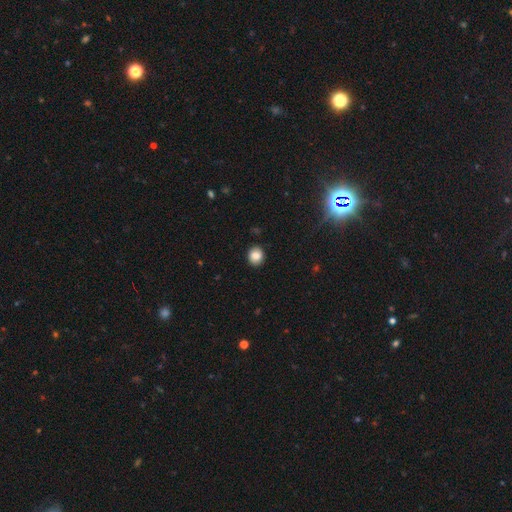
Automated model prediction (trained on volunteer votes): A smooth galaxy with no disk features (83%) that is round (71%).

Vote fractions:
- Smooth or featured? smooth: 83% / star or artifact: 10% / featured or disk: 7%
- How rounded? round: 71% / in between: 28% / cigar-shaped: 1%
- Merging? none: 88% / minor disturbance: 9% / major disturbance: 2% / merger: 1%